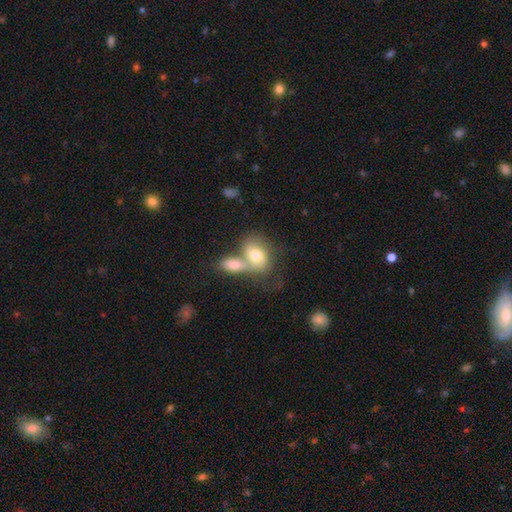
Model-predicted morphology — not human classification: smooth-or-featured: smooth: 66% | featured or disk: 28% | star or artifact: 6%
  how-rounded: in between: 75% | round: 22% | cigar-shaped: 2%
  merging: merger: 64% | none: 21% | minor disturbance: 9% | major disturbance: 6%